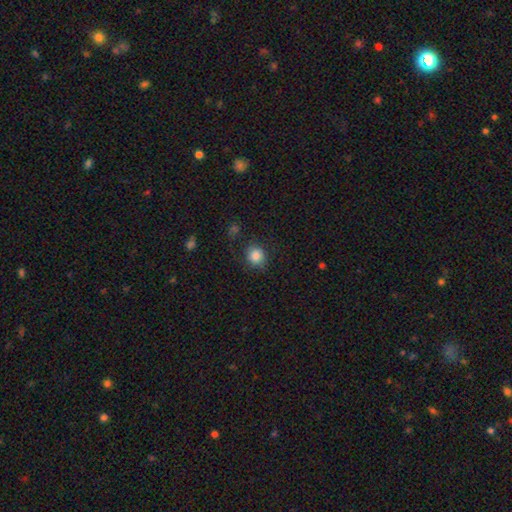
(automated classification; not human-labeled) This is clearly a smooth galaxy (84%). How rounded: likely round (79%). Merging: likely none (78%).